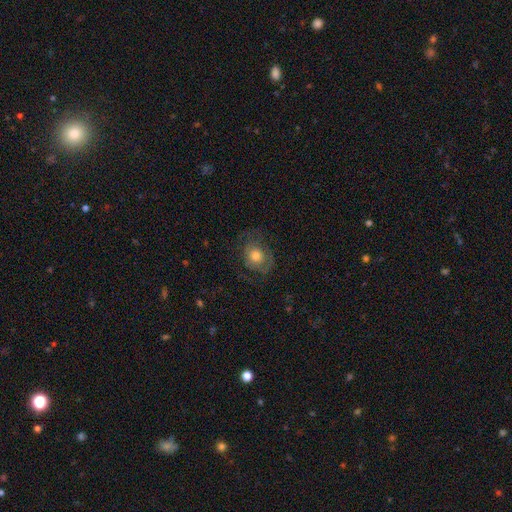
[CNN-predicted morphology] Smooth or featured? smooth (57%)
How rounded? round (64%)
Merging? none (61%)